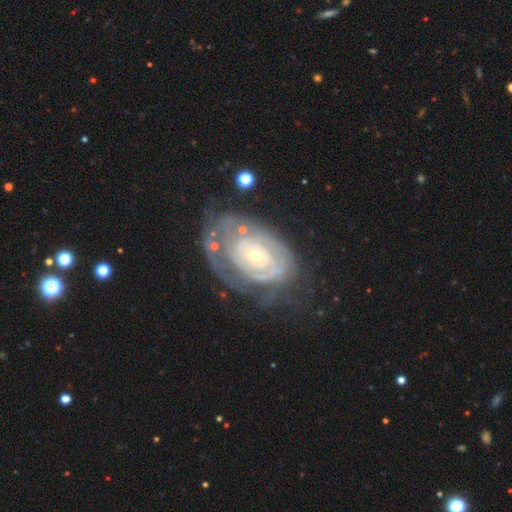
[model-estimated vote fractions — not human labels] Smooth or featured? featured or disk (81%)
Edge-on disk? no (96%)
Bar? no (80%)
Spiral arms? yes (81%)
Spiral winding? tight (77%)
Spiral arm count? can't tell (53%)
Bulge size? small (73%)
Merging? none (53%)